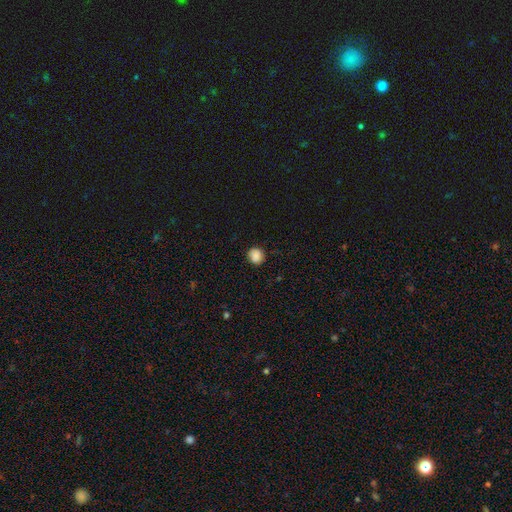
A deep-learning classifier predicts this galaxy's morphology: This appears to be a smooth galaxy with no disk features (87%) that is round (81%). Merging: none (85%).